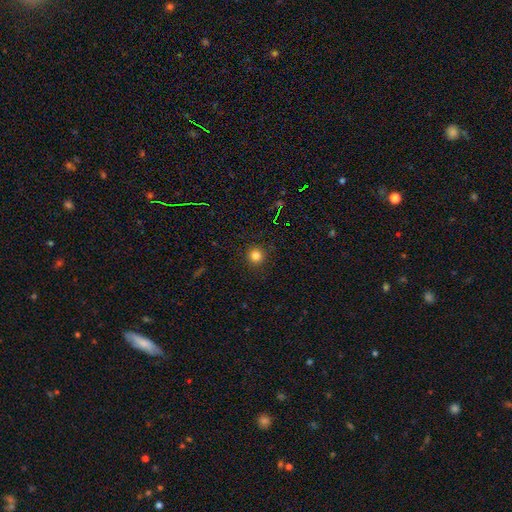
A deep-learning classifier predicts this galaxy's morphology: Q: Smooth or featured?
A: smooth (82%); runner-up: star or artifact (14%)
Q: How rounded?
A: round (94%); runner-up: in between (5%)
Q: Merging?
A: none (90%); runner-up: minor disturbance (6%)